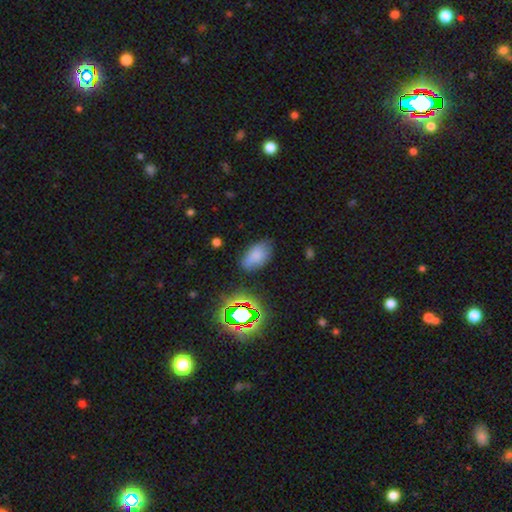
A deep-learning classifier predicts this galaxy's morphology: This is likely a smooth galaxy (73%). How rounded: clearly in between (91%). Merging: likely none (68%).